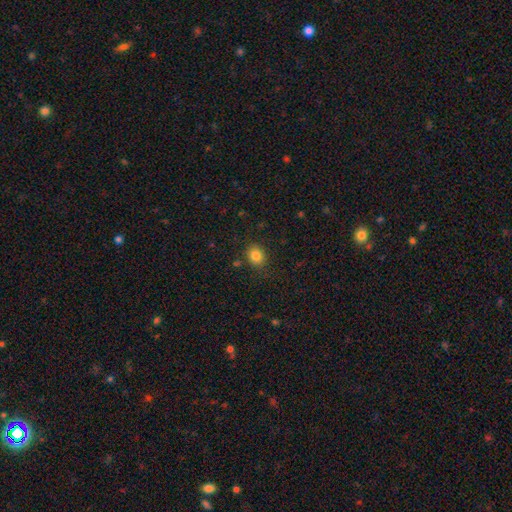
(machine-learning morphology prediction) The model was most divided on "how rounded": round: 61%, in between: 38%, cigar-shaped: 1%. More confident: merging — none (85%); smooth or featured — smooth (83%).